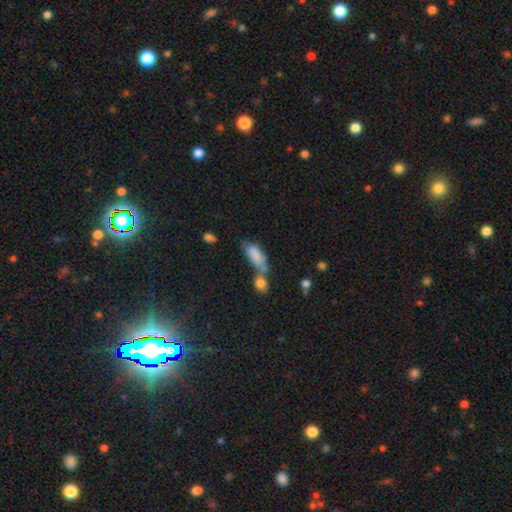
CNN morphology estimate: A smooth galaxy with no disk features (80%) that is in between round and cigar-shaped (76%). Merging: merger (47%).